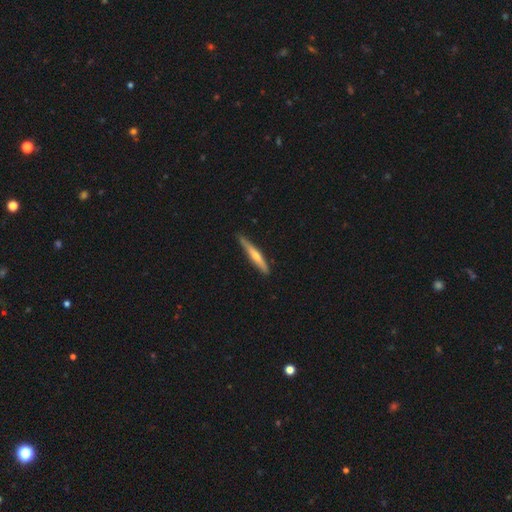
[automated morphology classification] A featured or disk galaxy (54%) viewed edge-on (96%) with a rounded central bulge (78%). Merging: none (84%).